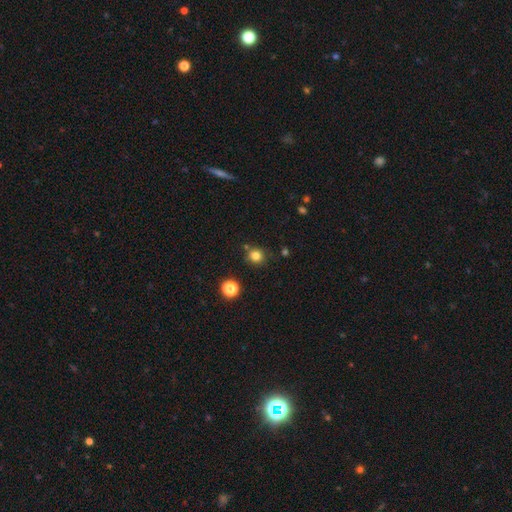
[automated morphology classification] Smooth or featured: smooth — 81% (star or artifact — 14%)
How rounded: round — 87% (in between — 12%)
Merging: none — 79% (minor disturbance — 11%)